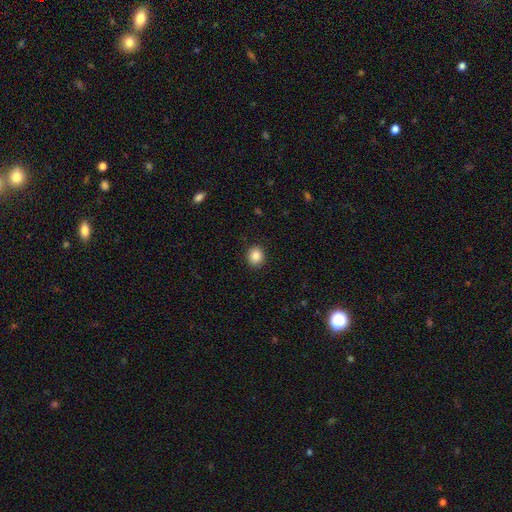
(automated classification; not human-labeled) Smooth or featured: smooth — 86% (star or artifact — 9%)
How rounded: round — 78% (in between — 21%)
Merging: none — 91% (minor disturbance — 6%)